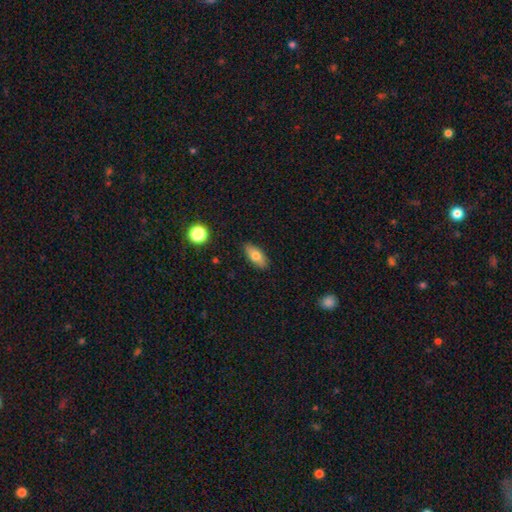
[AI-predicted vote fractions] The model was most divided on "smooth or featured": smooth: 75%, featured or disk: 17%, star or artifact: 8%. More confident: merging — none (87%); how rounded — in between (81%).